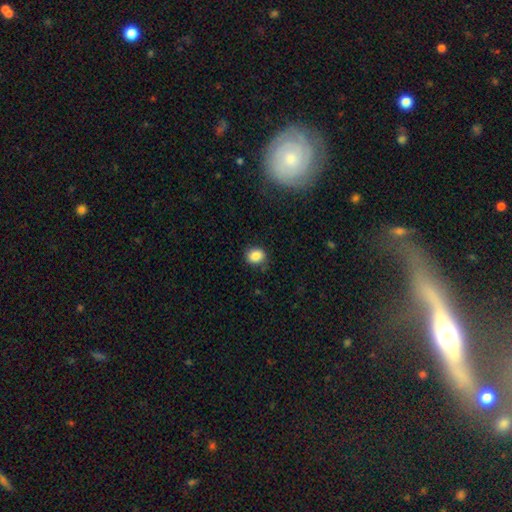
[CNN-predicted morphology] Smooth or featured? Predicted: smooth (p=0.86). How rounded? Predicted: round (p=0.68). Merging? Predicted: none (p=0.85).